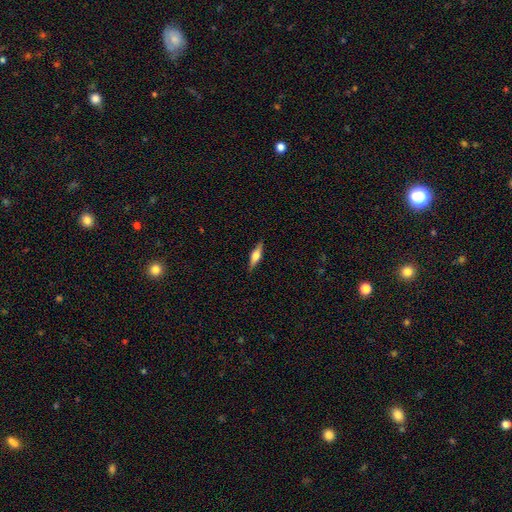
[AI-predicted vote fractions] Overall: featured or disk (56%; smooth 38%). Edge-on disk: yes (96%). Edge-on bulge: rounded (87%). Merging: none (88%).